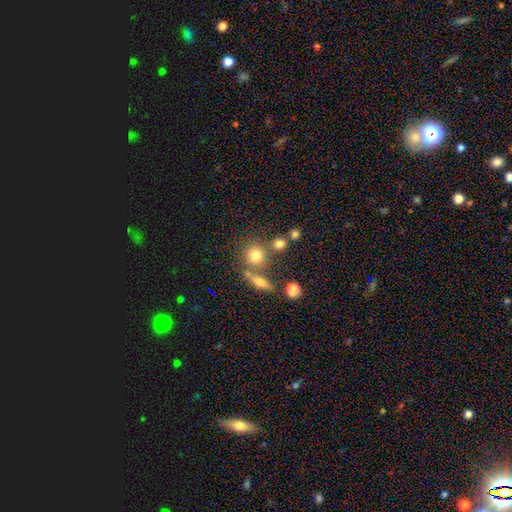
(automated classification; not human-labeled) This appears to be a smooth galaxy with no disk features (75%) that is round (83%). Merging: none (61%).